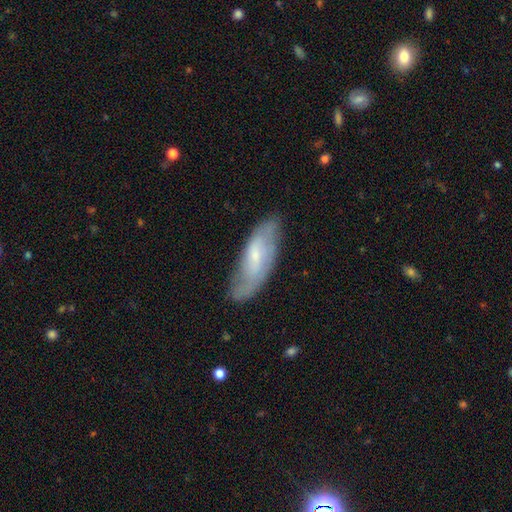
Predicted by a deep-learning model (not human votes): Overall: featured or disk (54%; smooth 39%). Edge-on disk: no (82%). Merging: none (71%).